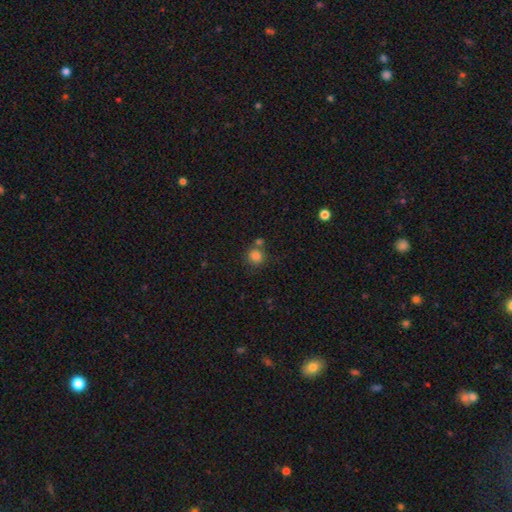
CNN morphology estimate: Smooth or featured: smooth — 84% (star or artifact — 11%)
How rounded: round — 88% (in between — 11%)
Merging: none — 65% (merger — 20%)